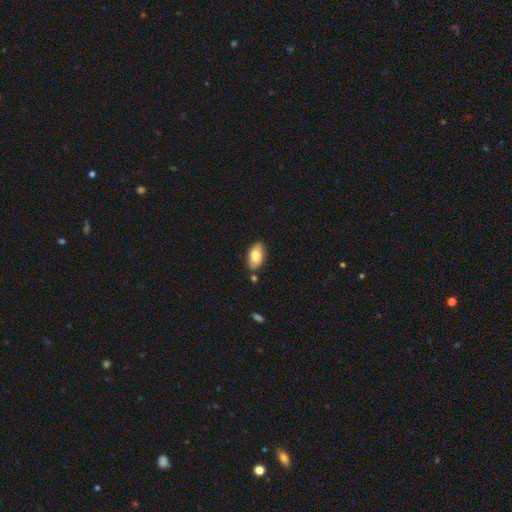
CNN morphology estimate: This appears to be a smooth galaxy with no disk features (78%) that is in between round and cigar-shaped (94%). Merging: none (80%).